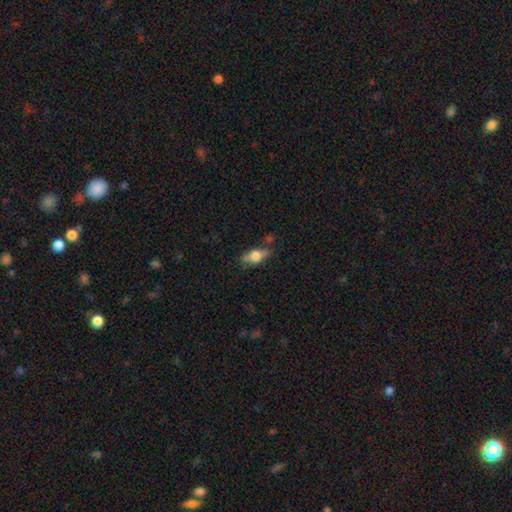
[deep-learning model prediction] A smooth galaxy with no disk features (57%) that is in between round and cigar-shaped (72%).

Vote fractions:
- Smooth or featured? smooth: 57% / featured or disk: 35% / star or artifact: 8%
- How rounded? in between: 72% / cigar-shaped: 21% / round: 6%
- Merging? none: 68% / minor disturbance: 20% / merger: 6% / major disturbance: 6%